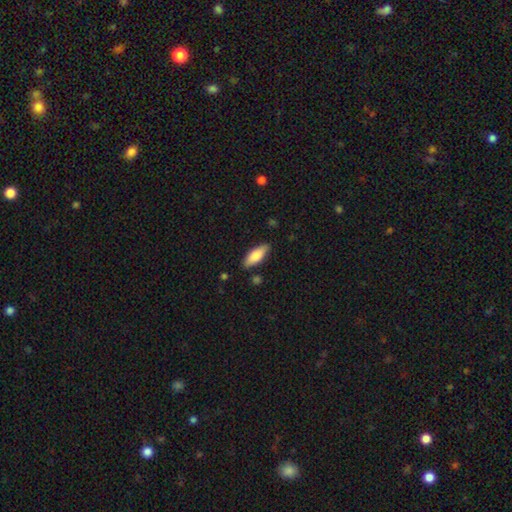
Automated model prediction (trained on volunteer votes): Overall: smooth (80%). How rounded: in between (70%). Merging: none (84%).